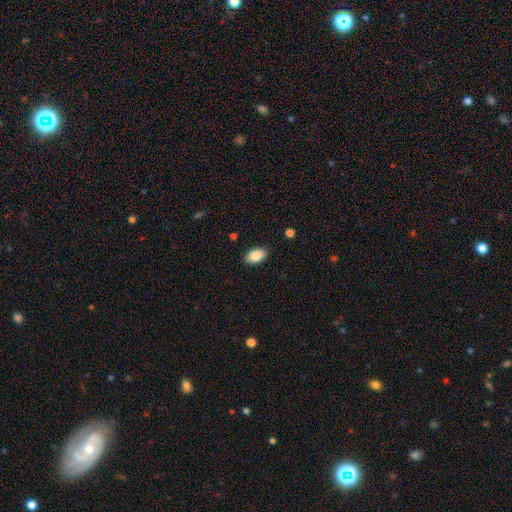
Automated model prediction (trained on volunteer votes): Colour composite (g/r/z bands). It shows a smooth galaxy with no disk features (87%) that is in between round and cigar-shaped (92%). Merging: none (88%).